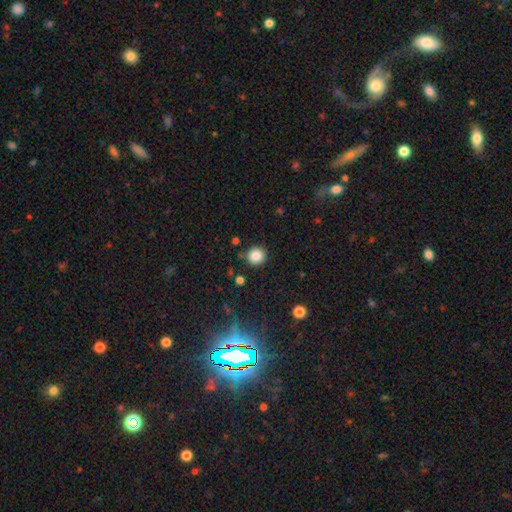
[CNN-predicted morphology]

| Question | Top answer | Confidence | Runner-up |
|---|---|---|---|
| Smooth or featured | smooth | 85% | star or artifact (11%) |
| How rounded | round | 93% | in between (6%) |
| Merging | none | 89% | minor disturbance (7%) |